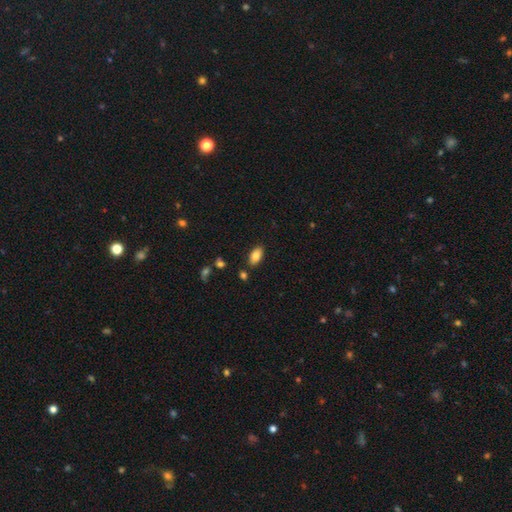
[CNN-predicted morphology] smooth_or_featured: smooth (p=0.83) [alt: featured or disk p=0.10]
how_rounded: in between (p=0.93) [alt: round p=0.04]
merging: none (p=0.84) [alt: minor disturbance p=0.10]